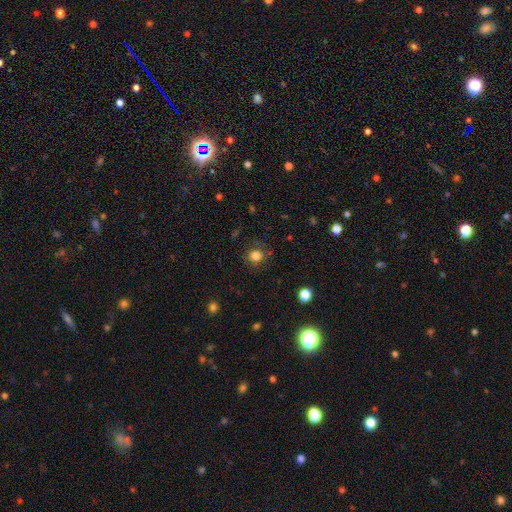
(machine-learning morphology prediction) This is likely a smooth galaxy (79%). How rounded: clearly round (82%). Merging: clearly none (80%).